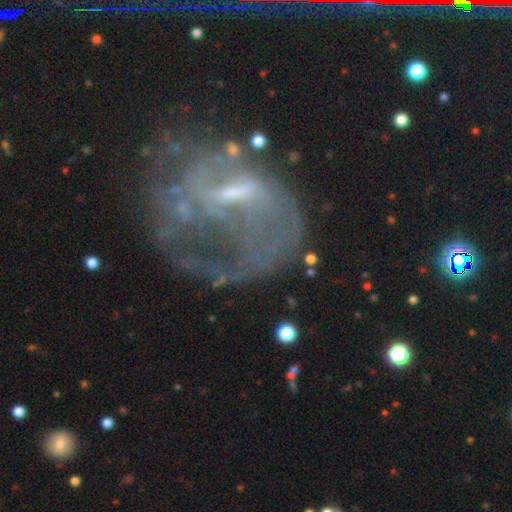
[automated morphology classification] Smooth or featured?
  - featured or disk: 73% *
  - smooth: 14%
  - star or artifact: 13%
Edge-on disk?
  - no: 94% *
  - yes: 6%
Bar?
  - strong: 39% *
  - weak: 35%
  - no: 26%
Spiral arms?
  - yes: 55% *
  - no: 45%
Bulge size?
  - small: 39% *
  - moderate: 31%
  - none: 24%
  - large: 4%
  - dominant: 2%
Merging?
  - none: 41% *
  - major disturbance: 36%
  - minor disturbance: 17%
  - merger: 7%